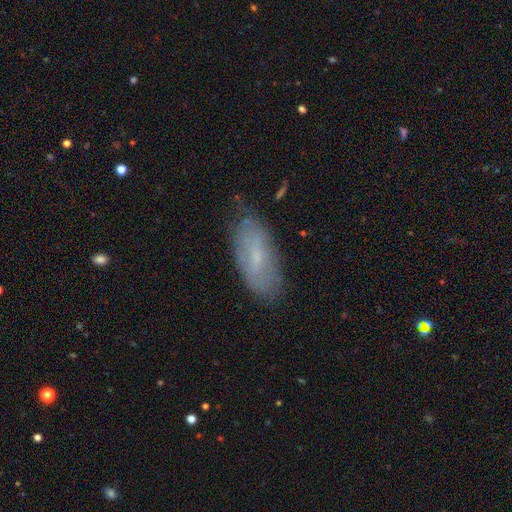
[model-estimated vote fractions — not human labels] A smooth galaxy with no disk features (54%) that is in between round and cigar-shaped (77%). Merging: none (70%).